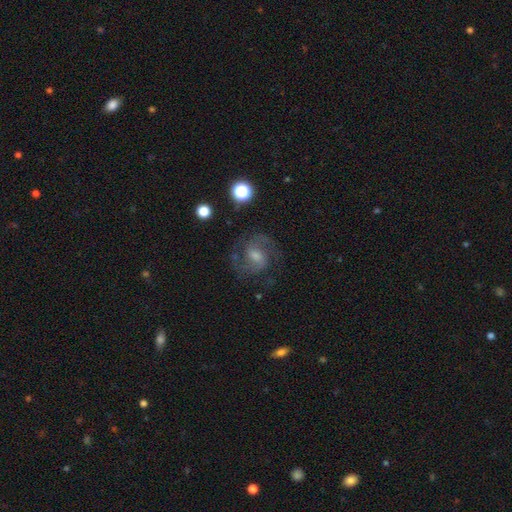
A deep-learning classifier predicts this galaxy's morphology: featured or disk 82%, smooth 10%, star or artifact 9%. Down the decision tree: edge-on disk — no (98%); bar — weak (56%); spiral arms — yes (96%); spiral arm count — 2 (87%); spiral winding — medium (60%); bulge size — moderate (45%); merging — none (77%).